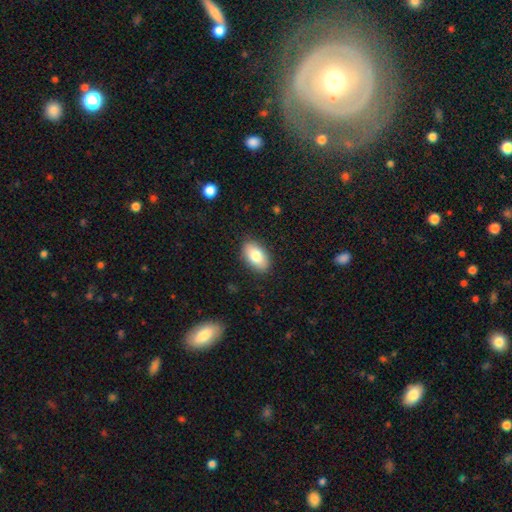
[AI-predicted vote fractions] Q: Smooth or featured?
A: smooth (81%); runner-up: featured or disk (12%)
Q: How rounded?
A: in between (93%); runner-up: round (5%)
Q: Merging?
A: none (87%); runner-up: minor disturbance (10%)